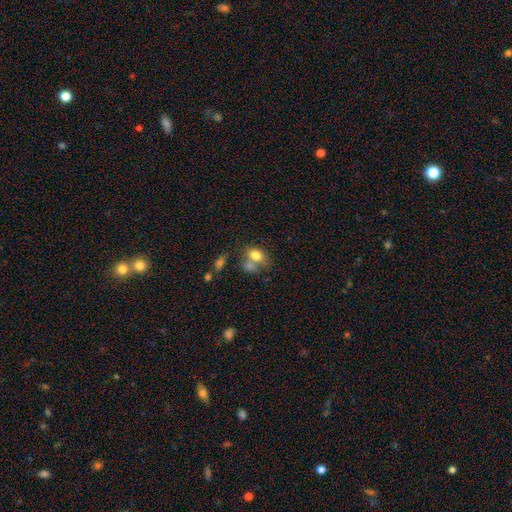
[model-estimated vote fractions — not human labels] The model was most divided on "merging" (2-way tie): none: 39%, merger: 39%, minor disturbance: 14%, major disturbance: 7%. More confident: smooth or featured — smooth (78%); how rounded — in between (70%).